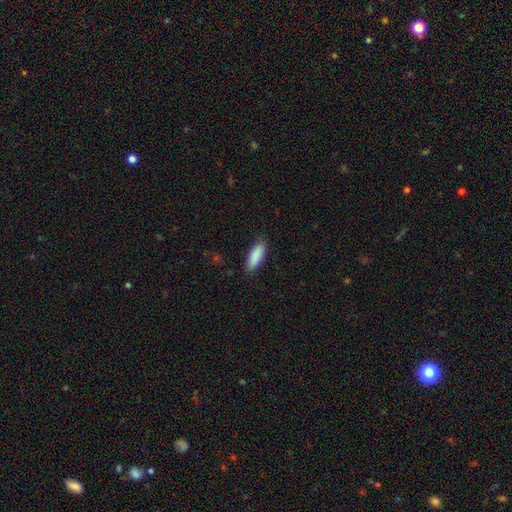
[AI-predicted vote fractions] Q: Smooth or featured?
A: smooth (89%); runner-up: star or artifact (6%)
Q: How rounded?
A: in between (63%); runner-up: cigar-shaped (35%)
Q: Merging?
A: none (86%); runner-up: minor disturbance (11%)